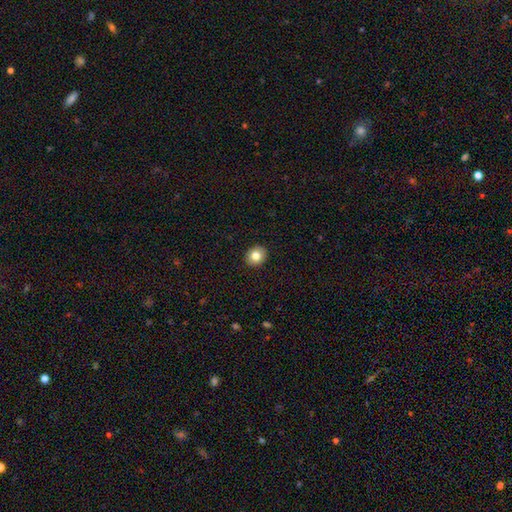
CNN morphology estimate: Smooth or featured?
  - smooth: 82% *
  - star or artifact: 9%
  - featured or disk: 9%
How rounded?
  - round: 69% *
  - in between: 30%
  - cigar-shaped: 1%
Merging?
  - none: 92% *
  - minor disturbance: 6%
  - major disturbance: 2%
  - merger: 1%